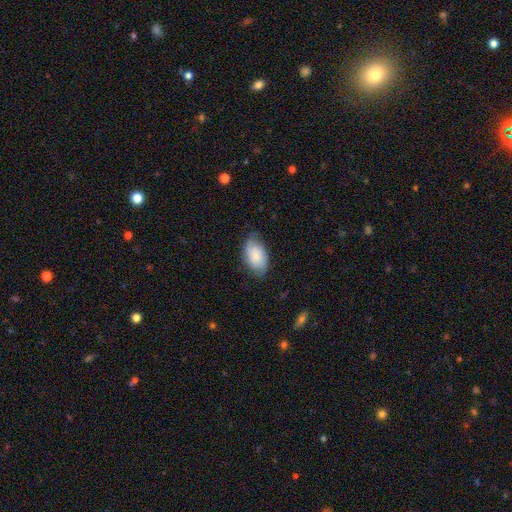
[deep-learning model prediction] This appears to be a smooth galaxy with no disk features (68%) that is in between round and cigar-shaped (93%). Merging: none (68%).